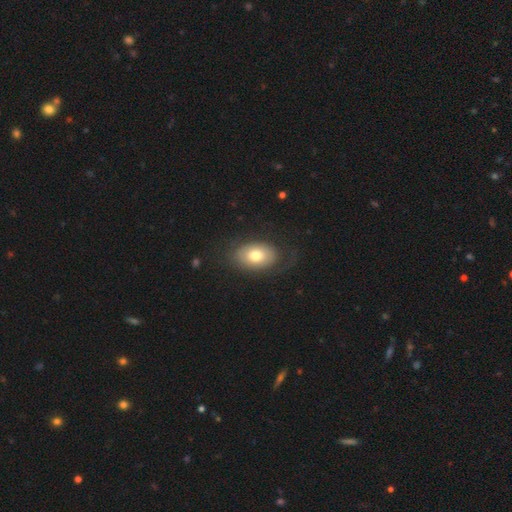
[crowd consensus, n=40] Morphology: type=smooth (68%); roundness=in between (85%); merging=none (74%).